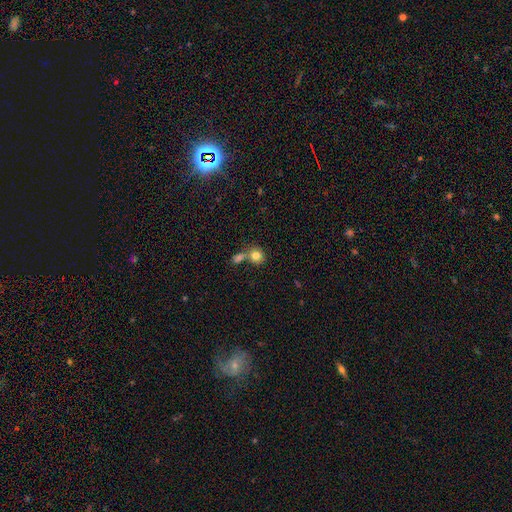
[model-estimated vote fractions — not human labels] Smooth or featured?
  - smooth: 81% *
  - star or artifact: 10%
  - featured or disk: 9%
How rounded?
  - round: 83% *
  - in between: 16%
  - cigar-shaped: 1%
Merging?
  - none: 50% *
  - merger: 36%
  - minor disturbance: 10%
  - major disturbance: 4%